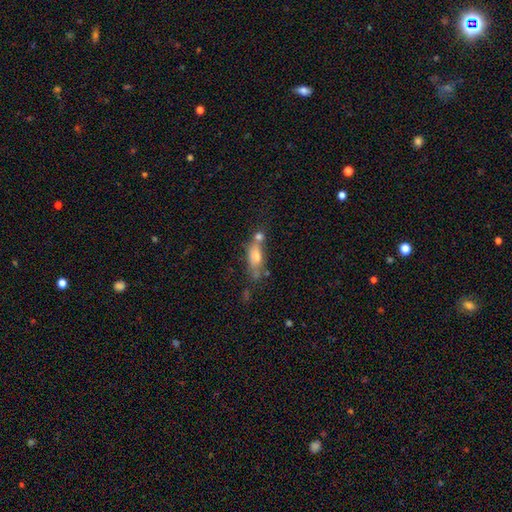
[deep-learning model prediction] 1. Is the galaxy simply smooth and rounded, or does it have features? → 60% smooth, 29% featured or disk, 11% star or artifact.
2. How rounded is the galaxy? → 62% in between, 30% cigar-shaped, 7% round.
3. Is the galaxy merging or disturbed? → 40% none, 35% merger, 16% minor disturbance, 9% major disturbance.